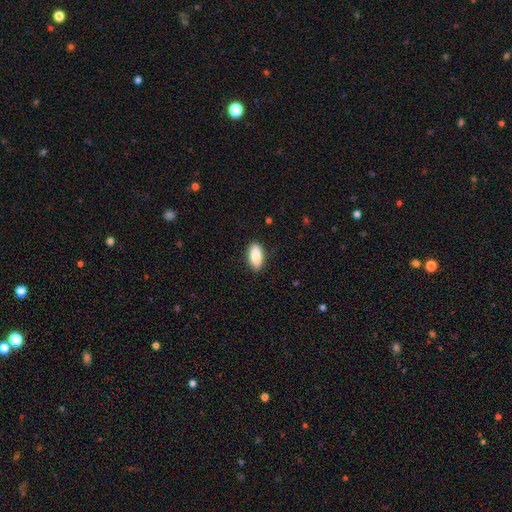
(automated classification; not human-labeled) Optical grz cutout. It shows a smooth galaxy with no disk features (89%) that is in between round and cigar-shaped (89%). Merging: none (88%).